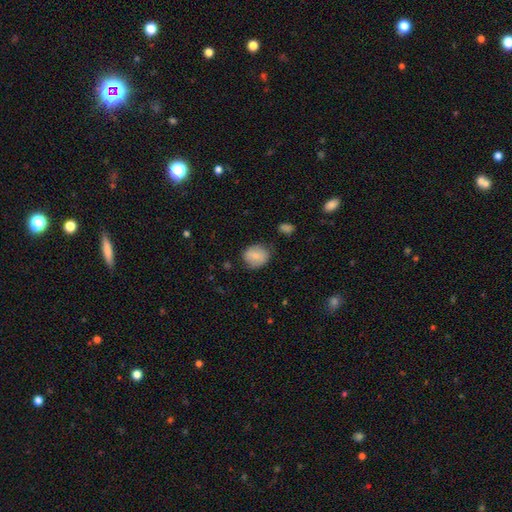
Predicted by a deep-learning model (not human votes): Smooth or featured? smooth (76%)
How rounded? round (68%)
Merging? none (75%)